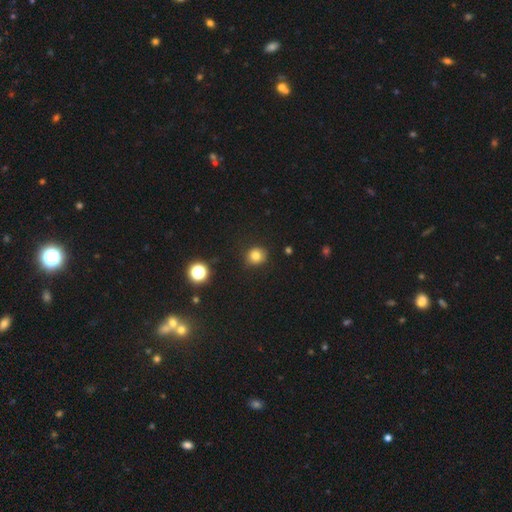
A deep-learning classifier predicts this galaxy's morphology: type=smooth (79%); roundness=round (84%); merging=none (86%).